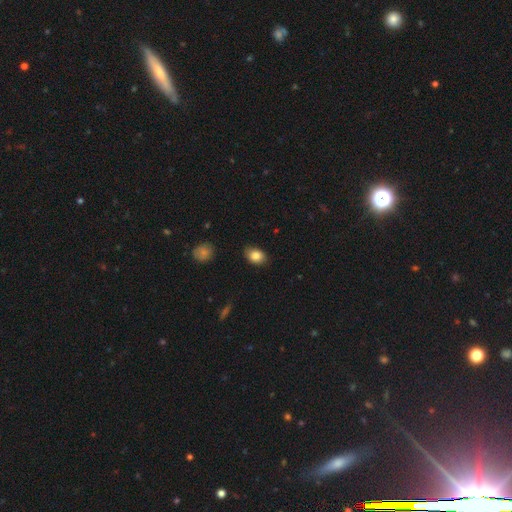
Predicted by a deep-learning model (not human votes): Smooth or featured: smooth — 85% (star or artifact — 9%)
How rounded: in between — 74% (round — 25%)
Merging: none — 83% (minor disturbance — 14%)